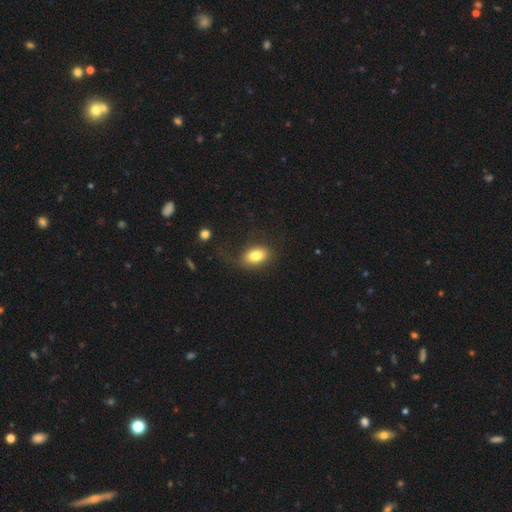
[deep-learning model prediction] Smooth or featured? smooth (79%)
How rounded? in between (85%)
Merging? none (65%)